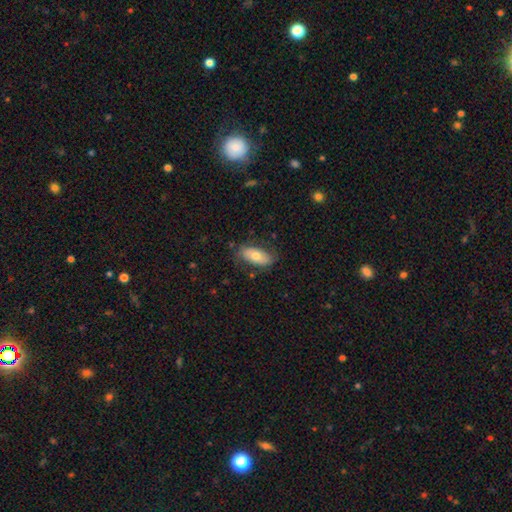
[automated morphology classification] smooth_or_featured: smooth (p=0.67) [alt: featured or disk p=0.27]
how_rounded: in between (p=0.90) [alt: cigar-shaped p=0.07]
merging: none (p=0.74) [alt: minor disturbance p=0.20]